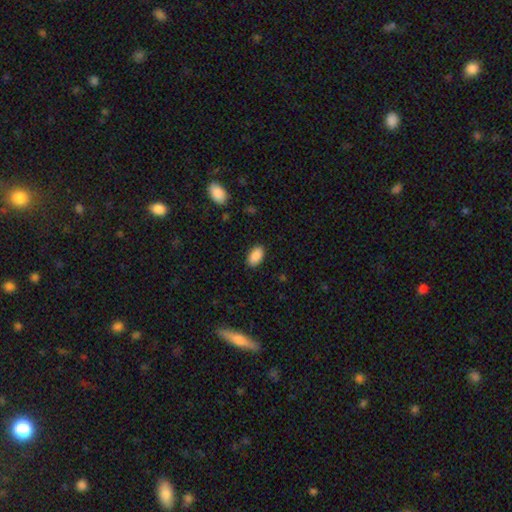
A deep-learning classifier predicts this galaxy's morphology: A smooth galaxy with no disk features (90%) that is in between round and cigar-shaped (94%). Merging: none (87%).